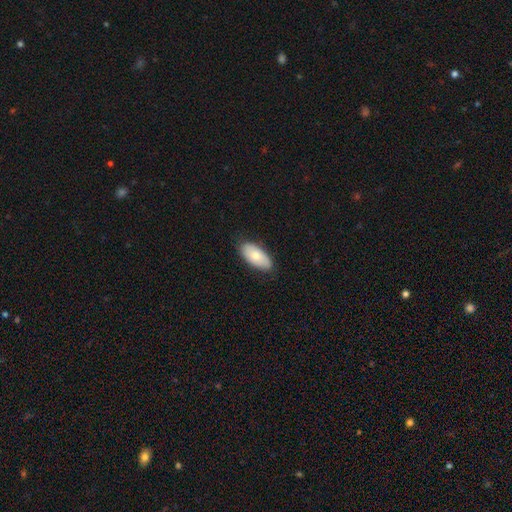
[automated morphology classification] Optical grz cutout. It shows a smooth galaxy with no disk features (72%) that is in between round and cigar-shaped (92%). Merging: none (84%).